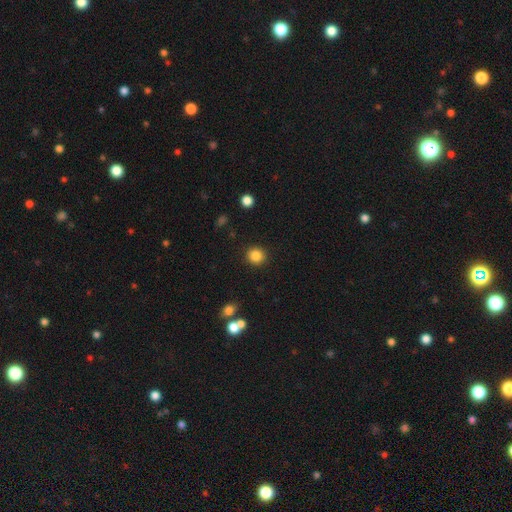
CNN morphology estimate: Smooth or featured? smooth (85%)
How rounded? round (92%)
Merging? none (91%)